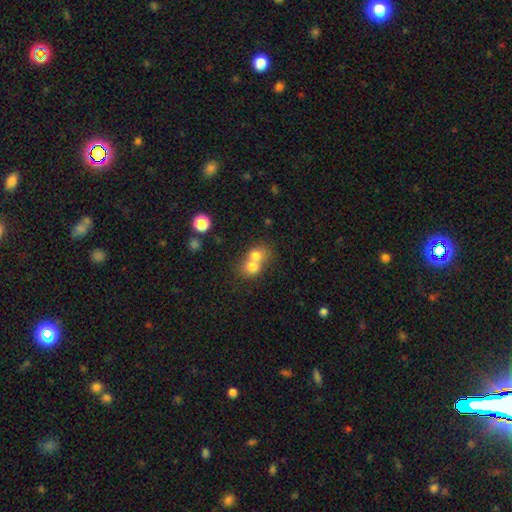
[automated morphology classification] This appears to be a smooth galaxy with no disk features (73%) that is round (68%). Merging: merger (69%).